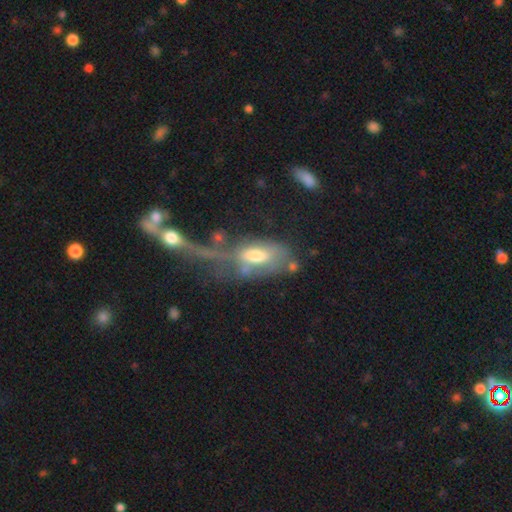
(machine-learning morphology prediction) This appears to be a smooth galaxy with no disk features (47%). Merging: merger (31%, tied with major disturbance).